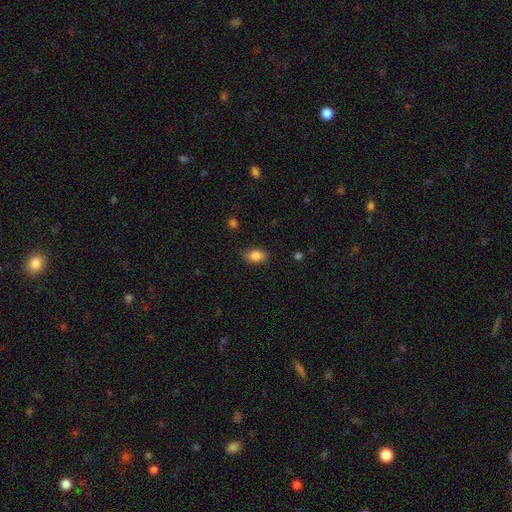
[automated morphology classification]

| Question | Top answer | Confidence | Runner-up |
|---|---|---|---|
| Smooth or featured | smooth | 85% | star or artifact (8%) |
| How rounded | in between | 86% | round (11%) |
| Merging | none | 83% | minor disturbance (13%) |